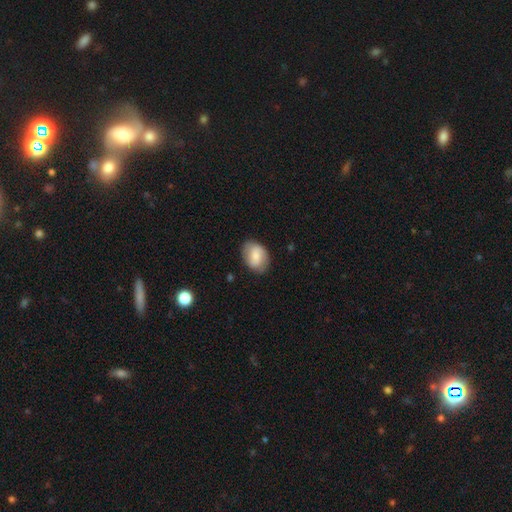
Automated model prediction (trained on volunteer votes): Smooth or featured: smooth — 61% (featured or disk — 32%)
How rounded: in between — 74% (round — 25%)
Merging: none — 78% (minor disturbance — 16%)